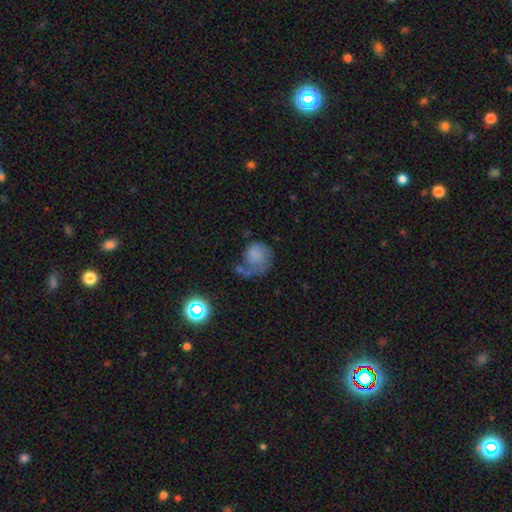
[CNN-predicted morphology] Smooth or featured? smooth (59%)
How rounded? round (71%)
Merging? major disturbance (39%)